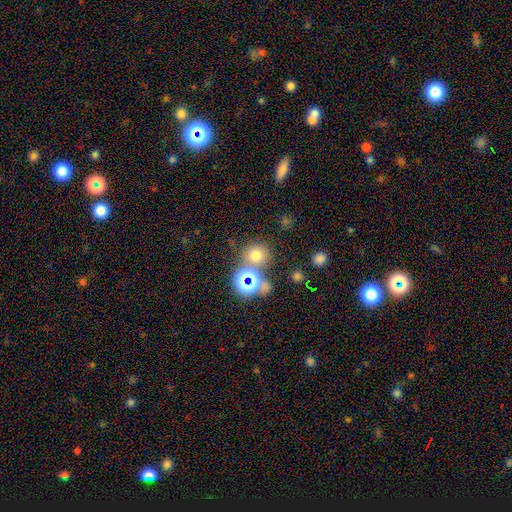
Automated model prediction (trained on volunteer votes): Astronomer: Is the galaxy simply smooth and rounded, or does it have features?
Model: smooth — 65%.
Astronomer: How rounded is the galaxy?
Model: round — 85%.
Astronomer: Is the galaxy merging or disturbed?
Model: none — 67%.